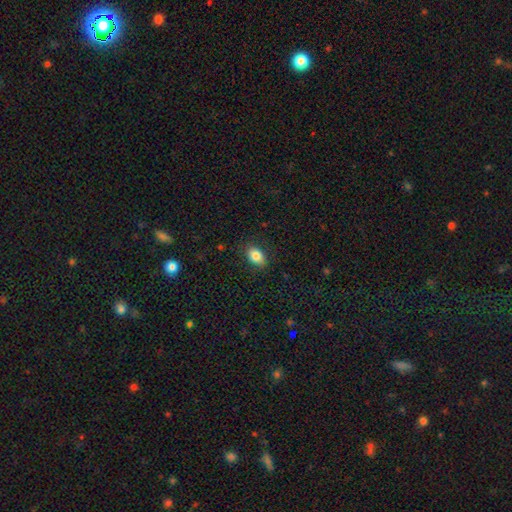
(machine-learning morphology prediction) Smooth or featured?
  - smooth: 85% *
  - star or artifact: 8%
  - featured or disk: 7%
How rounded?
  - in between: 85% *
  - round: 13%
  - cigar-shaped: 1%
Merging?
  - none: 87% *
  - minor disturbance: 10%
  - major disturbance: 2%
  - merger: 1%